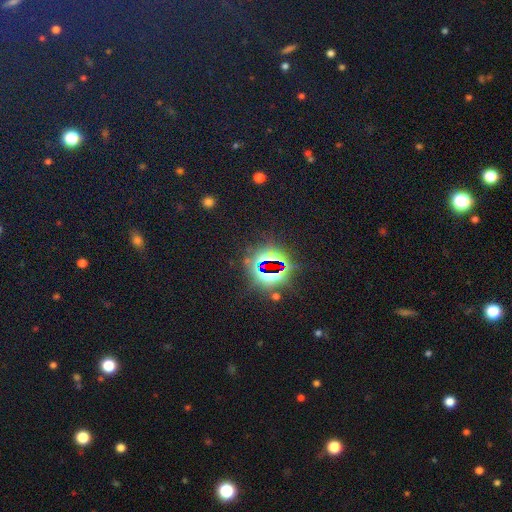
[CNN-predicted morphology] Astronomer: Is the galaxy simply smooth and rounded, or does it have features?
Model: star or artifact — 77%.